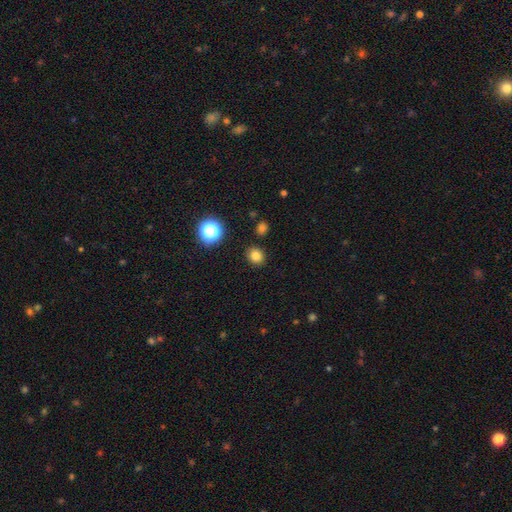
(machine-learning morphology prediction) Smooth or featured: smooth — 80% (star or artifact — 15%)
How rounded: round — 80% (in between — 20%)
Merging: none — 89% (minor disturbance — 7%)